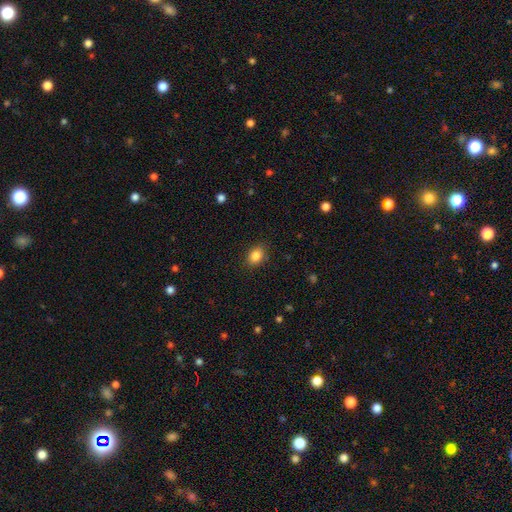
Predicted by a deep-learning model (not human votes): Smooth or featured? Predicted: smooth (p=0.86). How rounded? Predicted: in between (p=0.72). Merging? Predicted: none (p=0.87).